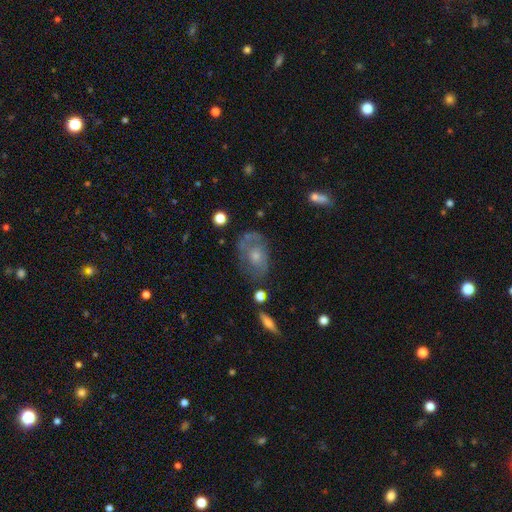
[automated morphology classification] featured or disk 61%, smooth 28%, star or artifact 11%. Down the decision tree: edge-on disk — no (94%); bar — no (80%); spiral arms — yes (66%); bulge size — moderate (47%); merging — none (61%).